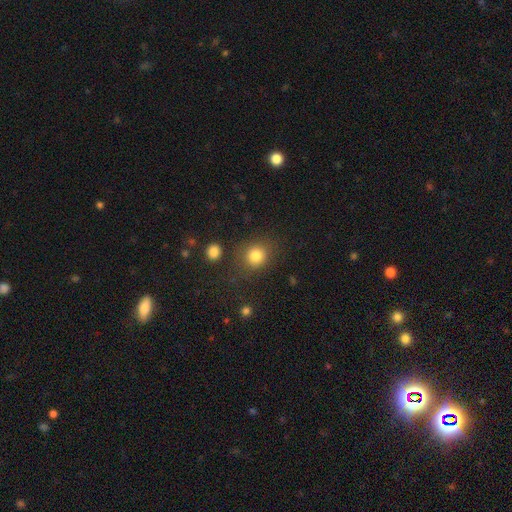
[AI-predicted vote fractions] Morphology: type=smooth (82%); roundness=round (83%); merging=none (79%).